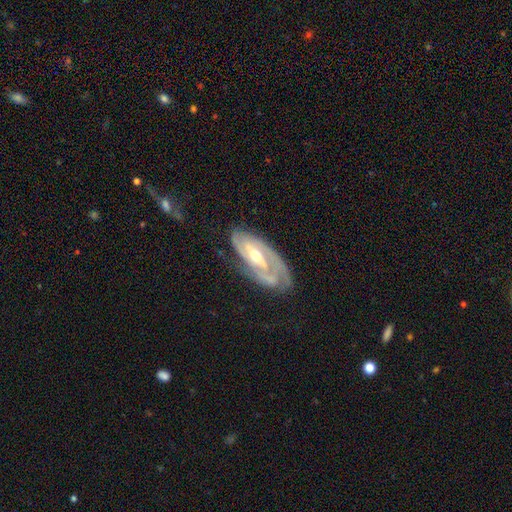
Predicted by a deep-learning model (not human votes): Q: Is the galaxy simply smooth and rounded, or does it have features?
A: featured or disk — 85%.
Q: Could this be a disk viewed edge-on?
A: no — 91%.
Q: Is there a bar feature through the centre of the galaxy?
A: weak — 40%.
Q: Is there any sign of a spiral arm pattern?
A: yes — 91%.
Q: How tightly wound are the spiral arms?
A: tight — 56%.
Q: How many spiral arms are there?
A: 2 — 54%.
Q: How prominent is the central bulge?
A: moderate — 67%.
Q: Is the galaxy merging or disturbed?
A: none — 65%.